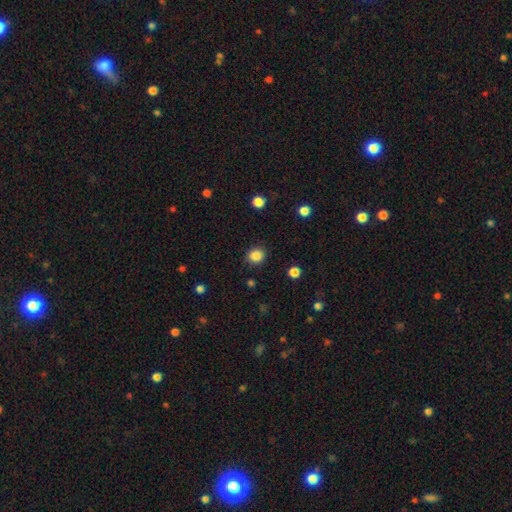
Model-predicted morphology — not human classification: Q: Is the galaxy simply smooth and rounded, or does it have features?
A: smooth — 86%.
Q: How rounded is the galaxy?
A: round — 82%.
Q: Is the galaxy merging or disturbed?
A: none — 88%.